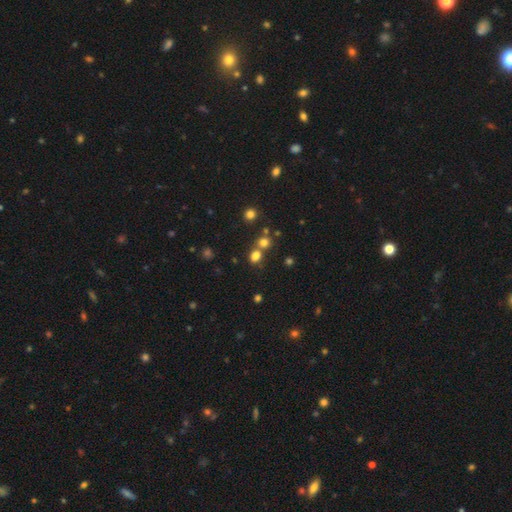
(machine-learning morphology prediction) A smooth galaxy with no disk features (75%) that is round (65%).

Vote fractions:
- Smooth or featured? smooth: 75% / star or artifact: 18% / featured or disk: 7%
- How rounded? round: 65% / in between: 34% / cigar-shaped: 1%
- Merging? none: 56% / merger: 31% / minor disturbance: 9% / major disturbance: 4%